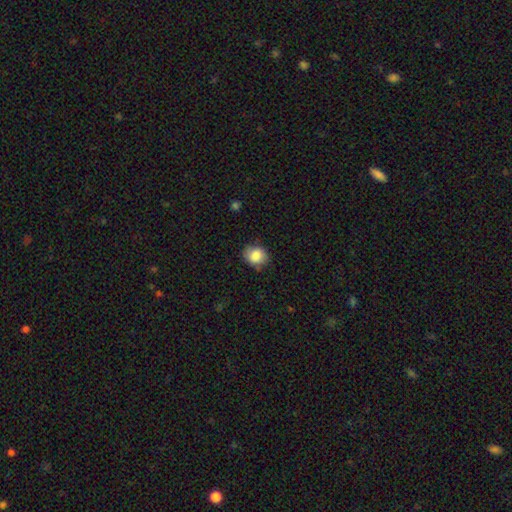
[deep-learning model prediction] This is clearly a smooth galaxy (85%). How rounded: likely round (61%). Merging: likely none (76%).